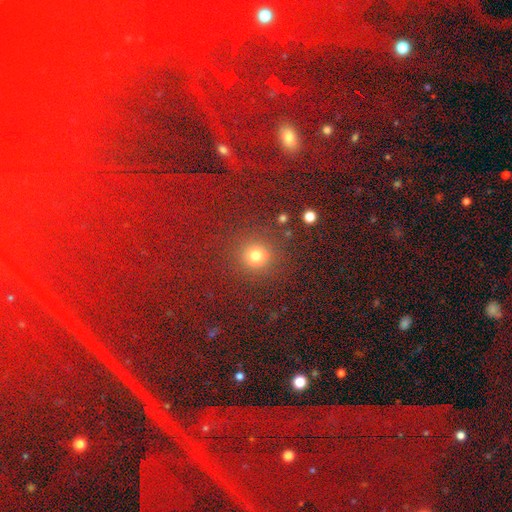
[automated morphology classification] Smooth or featured? smooth (69%)
How rounded? round (91%)
Merging? none (81%)